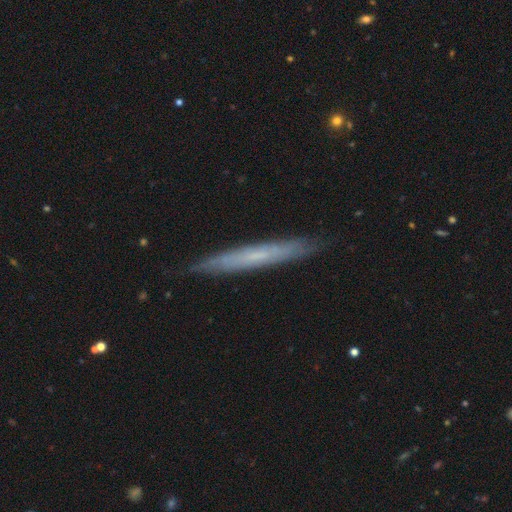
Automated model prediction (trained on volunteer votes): Smooth or featured?
  - featured or disk: 50% *
  - smooth: 43%
  - star or artifact: 7%
Edge-on disk?
  - yes: 89% *
  - no: 11%
Merging?
  - none: 88% *
  - minor disturbance: 9%
  - major disturbance: 2%
  - merger: 1%